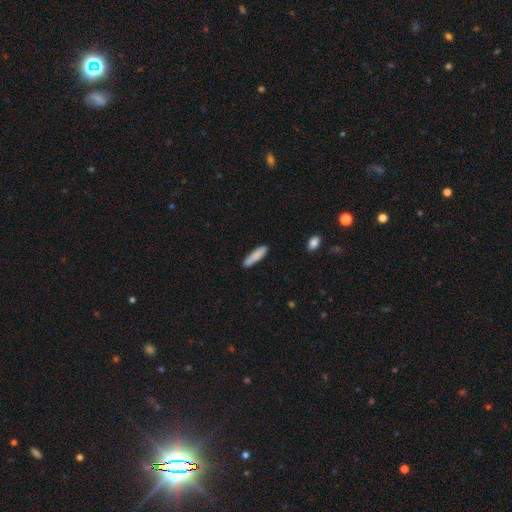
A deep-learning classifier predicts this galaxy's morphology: Smooth or featured? smooth (85%)
How rounded? cigar-shaped (79%)
Merging? none (85%)